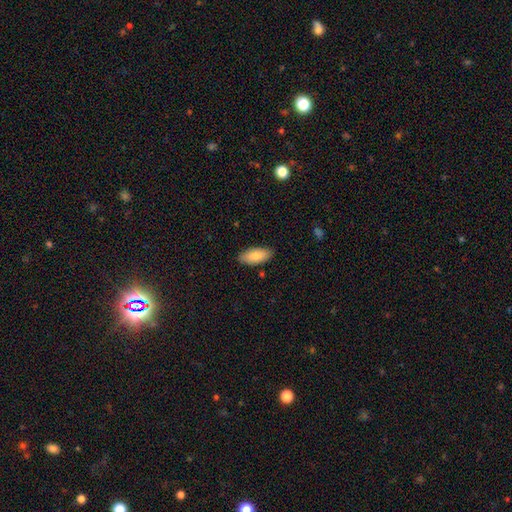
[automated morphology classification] Smooth or featured? Predicted: smooth (p=0.83). How rounded? Predicted: in between (p=0.87). Merging? Predicted: none (p=0.86).